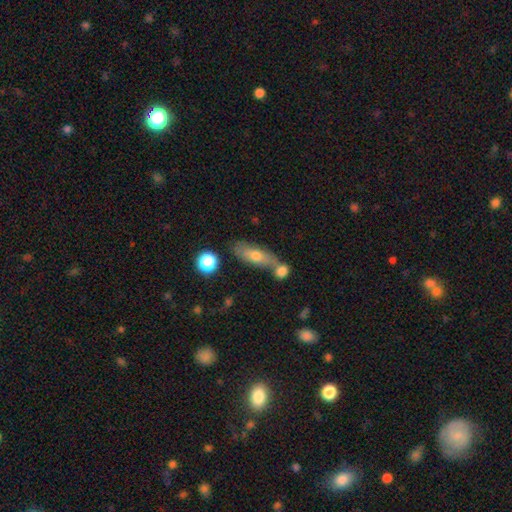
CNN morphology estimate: This appears to be a smooth galaxy with no disk features (55%) that is in between round and cigar-shaped (54%). Merging: none (60%).